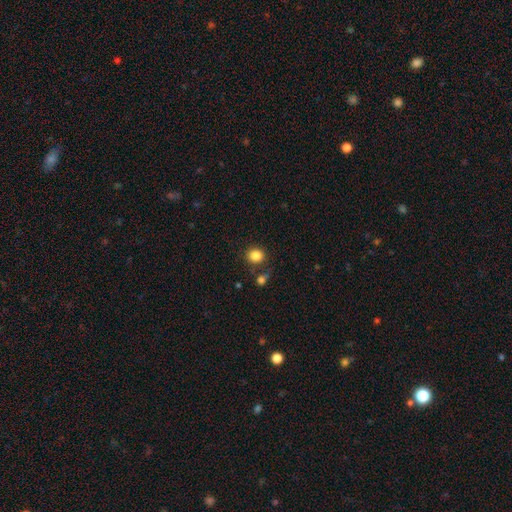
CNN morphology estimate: The model was most divided on "how rounded": round: 69%, in between: 30%, cigar-shaped: 1%. More confident: smooth or featured — smooth (85%); merging — none (77%).